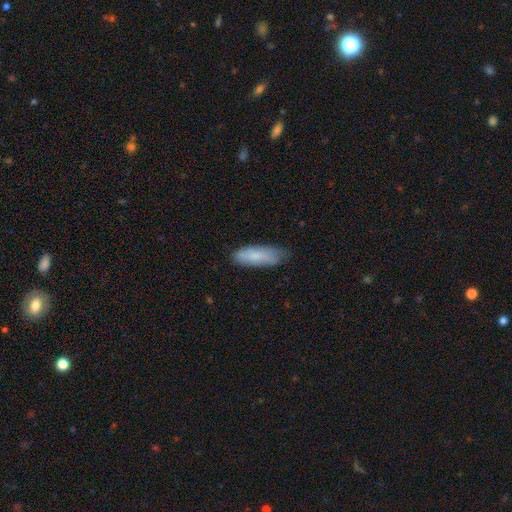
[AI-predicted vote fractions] Overall: smooth (80%). How rounded: in between (62%; cigar-shaped 37%). Merging: none (65%; minor disturbance 28%).